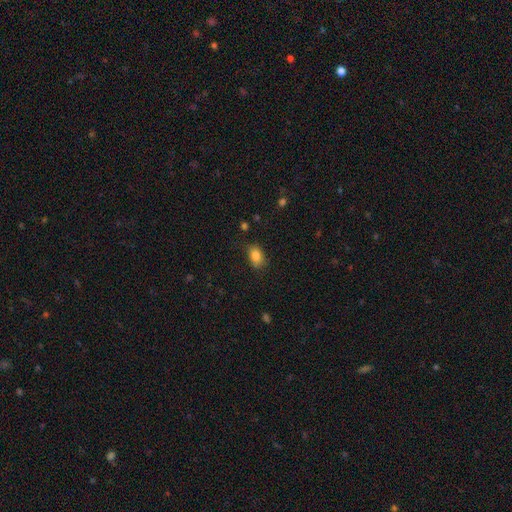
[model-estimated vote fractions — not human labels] A smooth galaxy with no disk features (83%) that is in between round and cigar-shaped (80%).

Vote fractions:
- Smooth or featured? smooth: 83% / star or artifact: 9% / featured or disk: 8%
- How rounded? in between: 80% / round: 18% / cigar-shaped: 2%
- Merging? none: 76% / minor disturbance: 18% / major disturbance: 4% / merger: 1%